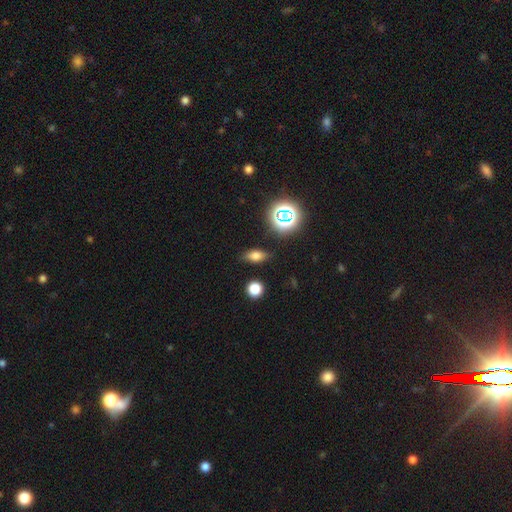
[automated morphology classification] Smooth or featured?
  - smooth: 69% *
  - star or artifact: 19%
  - featured or disk: 12%
How rounded?
  - in between: 76% *
  - round: 12%
  - cigar-shaped: 11%
Merging?
  - none: 84% *
  - minor disturbance: 11%
  - major disturbance: 3%
  - merger: 2%